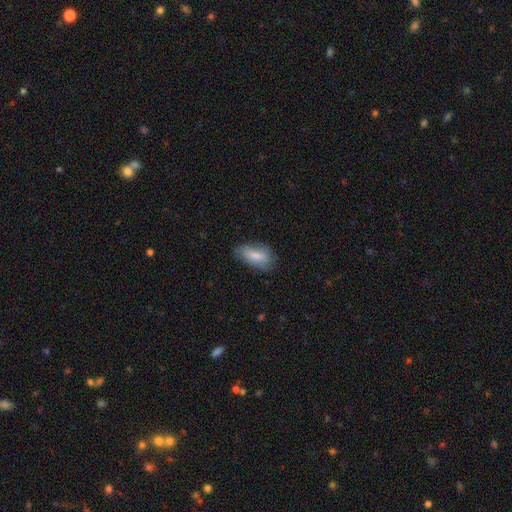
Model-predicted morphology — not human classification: This is likely a smooth galaxy (76%). How rounded: clearly in between (85%). Merging: likely none (68%).